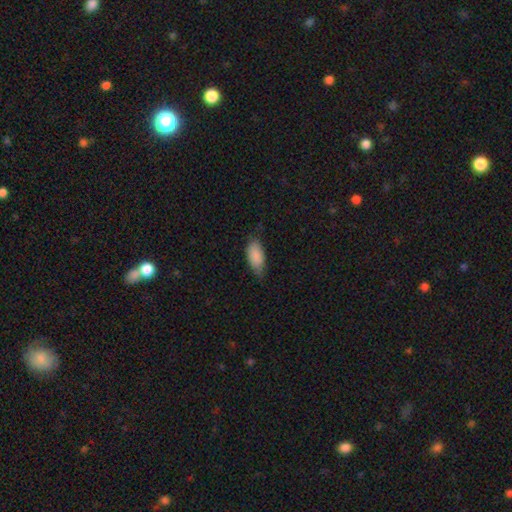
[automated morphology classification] smooth 88%, featured or disk 6%, star or artifact 6%. Down the decision tree: how rounded — in between (91%); merging — none (63%).